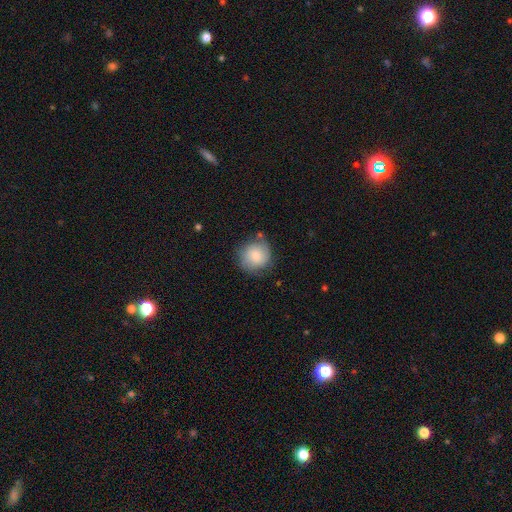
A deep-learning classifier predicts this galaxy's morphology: smooth 69%, featured or disk 23%, star or artifact 8%. Down the decision tree: how rounded — round (90%); merging — none (72%).